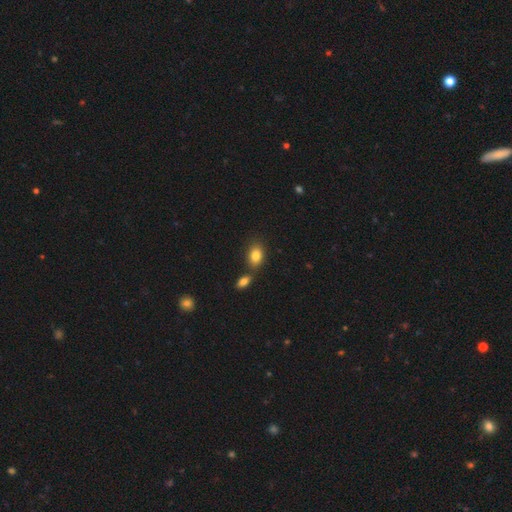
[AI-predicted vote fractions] The model was most divided on "merging": none: 62%, merger: 23%, minor disturbance: 12%, major disturbance: 3%. More confident: smooth or featured — smooth (83%); how rounded — in between (81%).